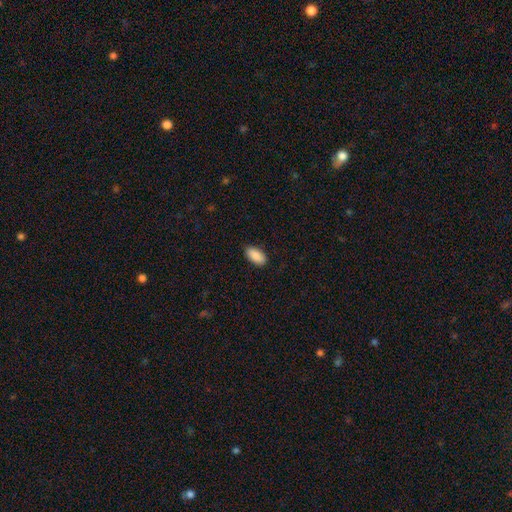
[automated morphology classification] This appears to be a smooth galaxy with no disk features (90%) that is in between round and cigar-shaped (94%). Merging: none (88%).